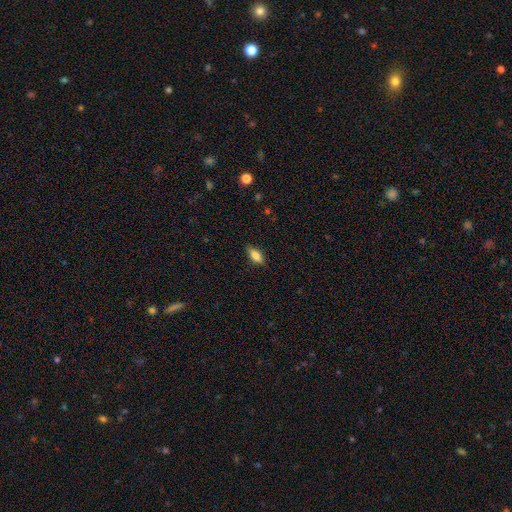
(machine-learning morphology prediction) This appears to be a smooth galaxy with no disk features (73%) that is in between round and cigar-shaped (74%). Merging: none (85%).